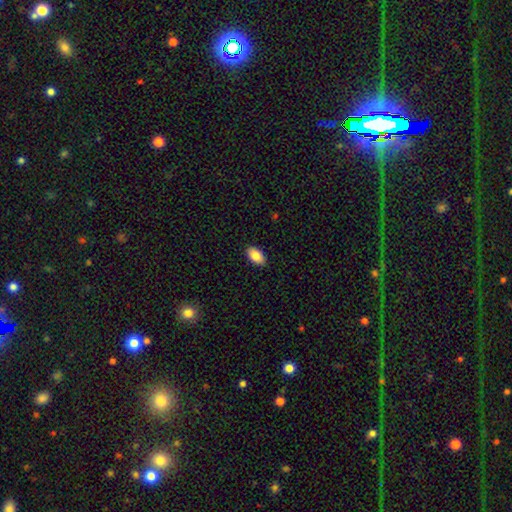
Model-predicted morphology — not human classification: smooth-or-featured: smooth: 86% | featured or disk: 7% | star or artifact: 7%
  how-rounded: in between: 94% | round: 4% | cigar-shaped: 2%
  merging: none: 90% | minor disturbance: 8% | major disturbance: 2% | merger: 1%